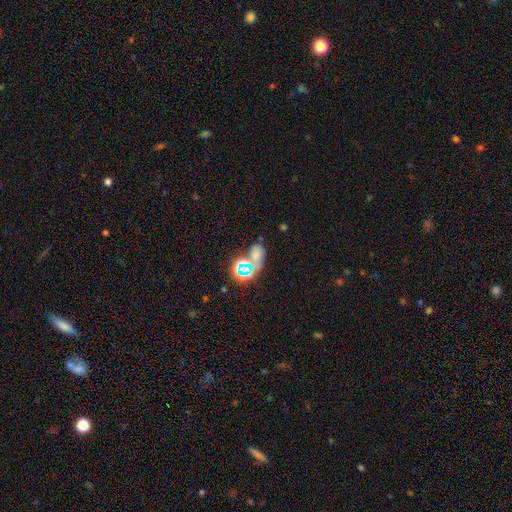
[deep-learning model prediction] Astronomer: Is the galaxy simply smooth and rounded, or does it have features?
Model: smooth — 48% (runner-up: star or artifact, 37%).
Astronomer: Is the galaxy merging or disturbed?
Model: merger — 38% (runner-up: none, 36%).